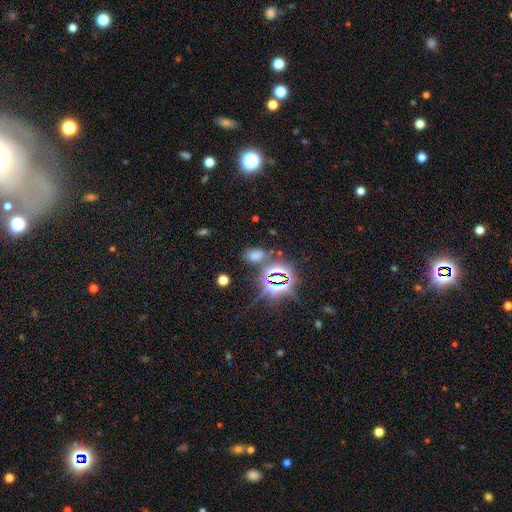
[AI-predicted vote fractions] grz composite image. It shows a smooth galaxy with no disk features (51%) that is in between round and cigar-shaped (88%). Merging: none (71%).